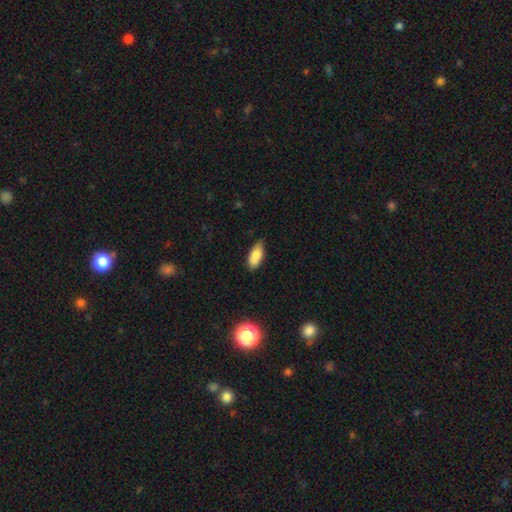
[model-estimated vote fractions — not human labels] A smooth galaxy with no disk features (80%) that is in between round and cigar-shaped (81%). Merging: none (68%).